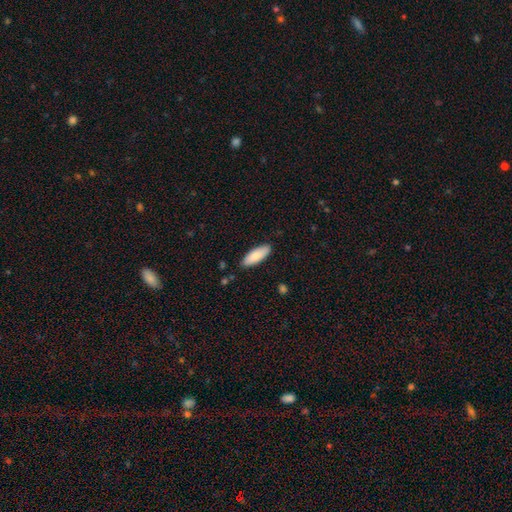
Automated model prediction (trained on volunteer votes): This appears to be a smooth galaxy with no disk features (85%) that is in between round and cigar-shaped (68%). Merging: none (87%).